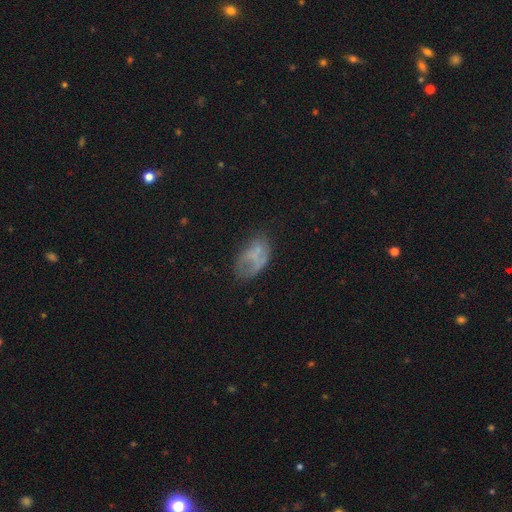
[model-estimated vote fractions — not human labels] Morphology: type=smooth (50%); merging=none (40%).